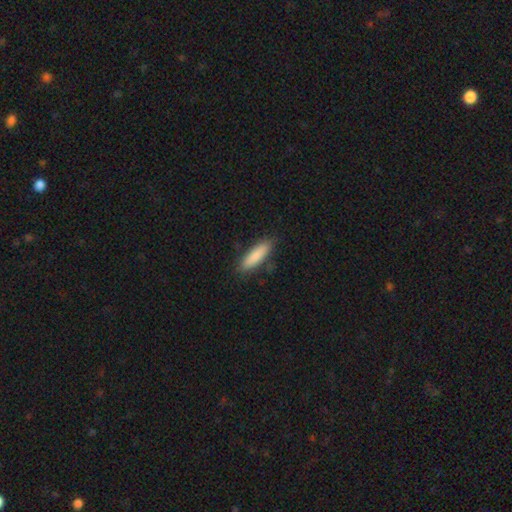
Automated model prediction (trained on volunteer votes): Q: Smooth or featured?
A: smooth (85%); runner-up: featured or disk (10%)
Q: How rounded?
A: cigar-shaped (64%); runner-up: in between (34%)
Q: Merging?
A: none (84%); runner-up: minor disturbance (12%)